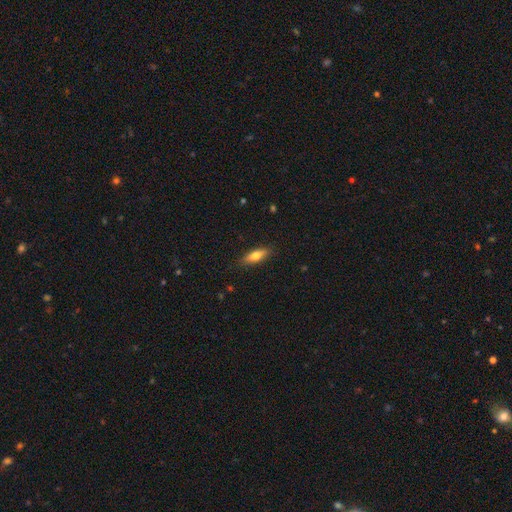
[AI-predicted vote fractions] This is likely a smooth galaxy (68%). How rounded: possibly in between (53%). Merging: clearly none (87%).